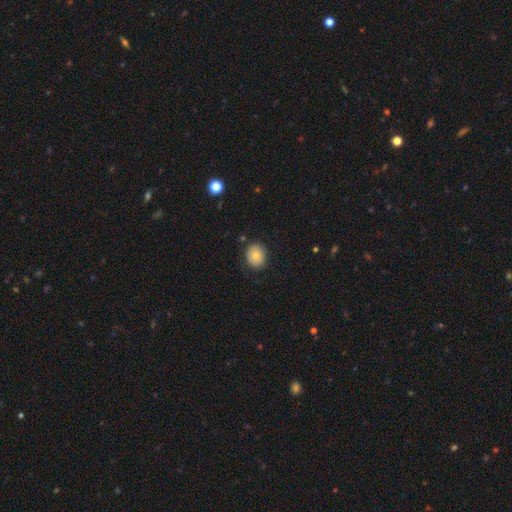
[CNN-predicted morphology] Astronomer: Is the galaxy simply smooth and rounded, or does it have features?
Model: smooth — 80%.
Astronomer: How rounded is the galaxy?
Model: round — 63%.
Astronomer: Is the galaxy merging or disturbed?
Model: none — 84%.